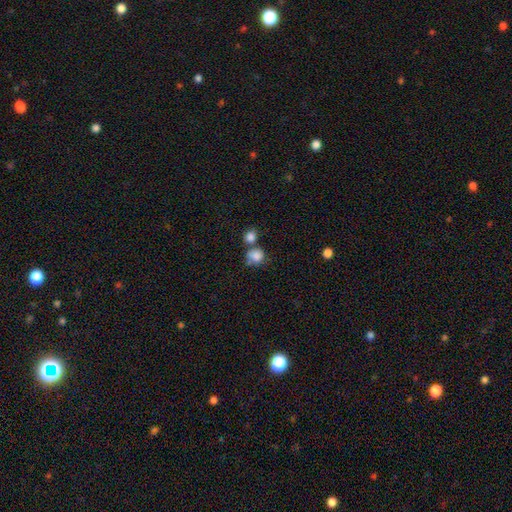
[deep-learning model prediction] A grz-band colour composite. It shows a smooth galaxy with no disk features (82%) that is round (74%). Merging: none (40%).